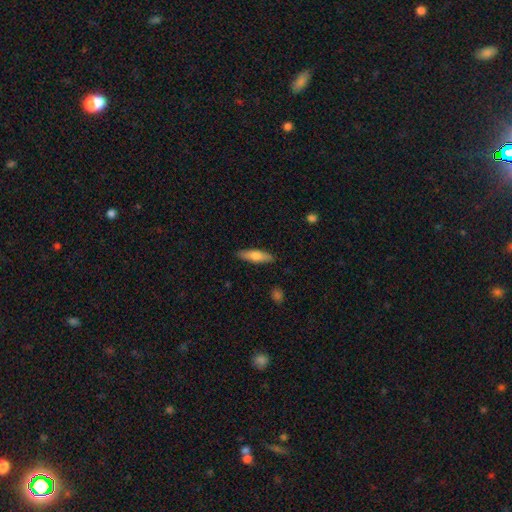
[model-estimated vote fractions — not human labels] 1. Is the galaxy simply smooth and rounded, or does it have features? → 70% smooth, 24% featured or disk, 6% star or artifact.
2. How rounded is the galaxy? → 64% cigar-shaped, 34% in between, 2% round.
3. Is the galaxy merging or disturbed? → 88% none, 9% minor disturbance, 2% major disturbance, 1% merger.